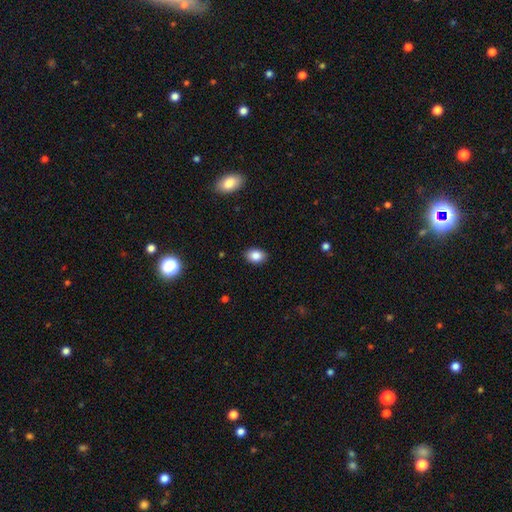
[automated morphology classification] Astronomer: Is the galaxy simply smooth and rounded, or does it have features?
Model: smooth — 85%.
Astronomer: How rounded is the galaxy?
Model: in between — 78%.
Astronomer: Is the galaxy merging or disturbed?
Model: none — 89%.